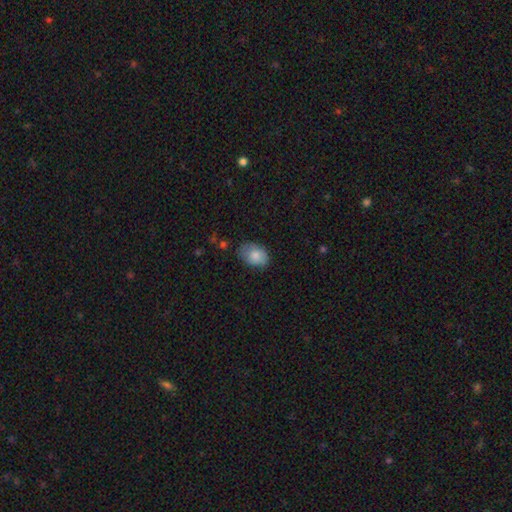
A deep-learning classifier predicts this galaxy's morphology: Overall: smooth (81%). How rounded: in between (82%). Merging: none (67%).